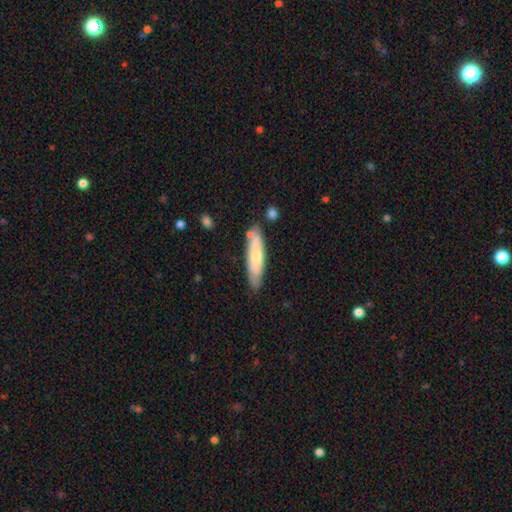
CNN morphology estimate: Smooth or featured? smooth (61%)
How rounded? cigar-shaped (73%)
Merging? none (75%)